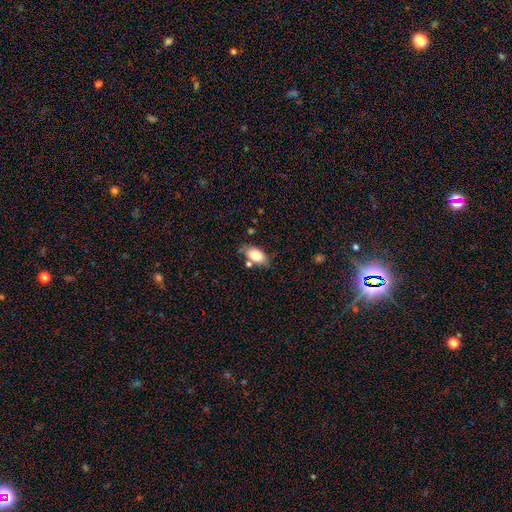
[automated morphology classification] smooth_or_featured: smooth (p=0.81) [alt: featured or disk p=0.11]
how_rounded: in between (p=0.91) [alt: round p=0.05]
merging: none (p=0.62) [alt: minor disturbance p=0.21]